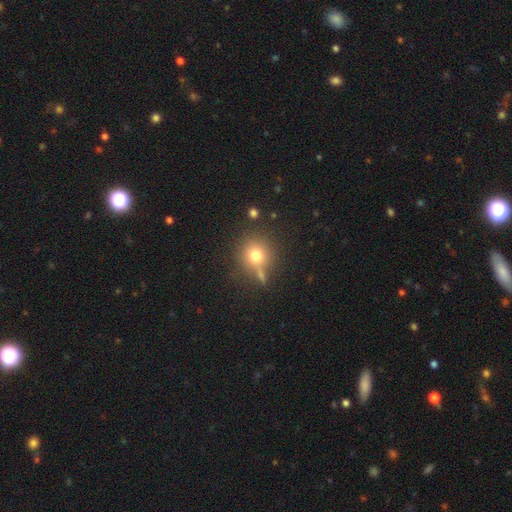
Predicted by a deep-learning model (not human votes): Smooth or featured? smooth (74%)
How rounded? round (90%)
Merging? none (71%)